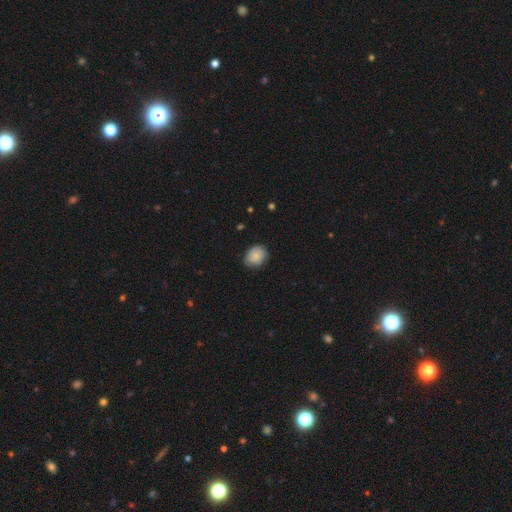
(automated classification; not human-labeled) Q: Smooth or featured?
A: smooth (82%); runner-up: featured or disk (10%)
Q: How rounded?
A: round (51%); runner-up: in between (48%)
Q: Merging?
A: none (72%); runner-up: minor disturbance (23%)